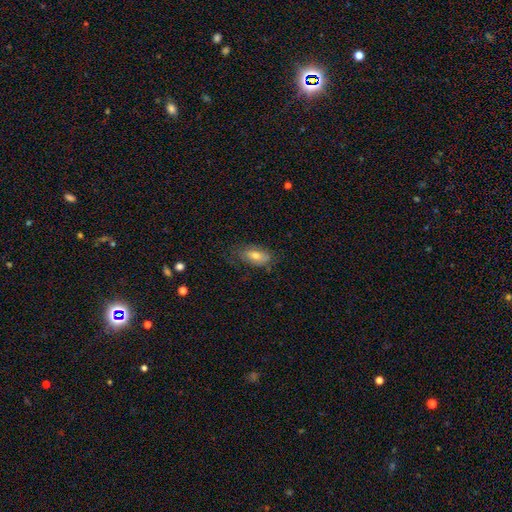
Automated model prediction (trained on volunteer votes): Morphology: type=smooth (63%); roundness=in between (85%); merging=none (67%).